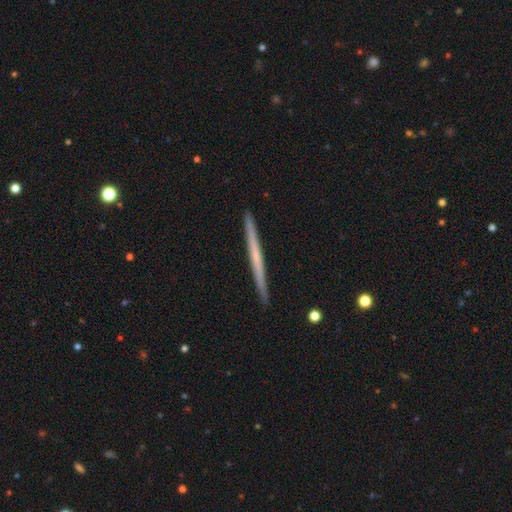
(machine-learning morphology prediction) smooth-or-featured: featured or disk: 56% | smooth: 38% | star or artifact: 5%
  disk-edge-on: yes: 98% | no: 2%
    edge-on-bulge: none: 84% | rounded: 13% | boxy: 4%
  merging: none: 92% | minor disturbance: 5% | major disturbance: 1% | merger: 1%